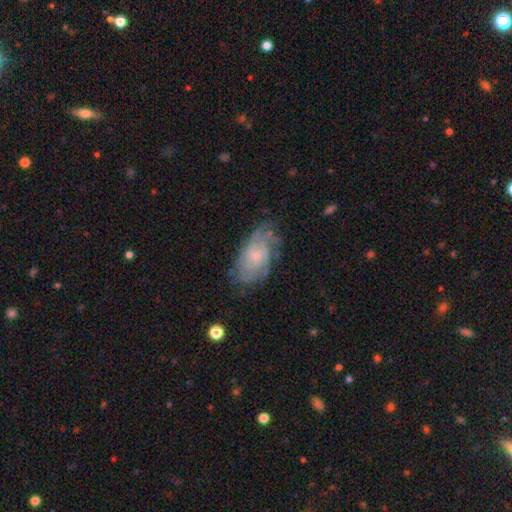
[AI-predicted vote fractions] Overall: featured or disk (69%). Edge-on disk: no (95%). Bar: no (78%). Spiral arms: yes (87%). Spiral arm count: can't tell (54%; 2 14%). Spiral winding: tight (58%; medium 31%). Bulge size: small (69%). Merging: none (61%; minor disturbance 26%).